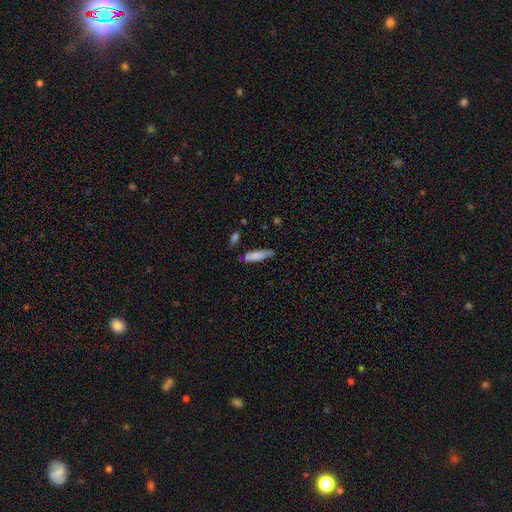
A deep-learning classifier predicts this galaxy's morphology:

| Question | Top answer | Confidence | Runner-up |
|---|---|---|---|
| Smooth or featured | smooth | 78% | featured or disk (16%) |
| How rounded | cigar-shaped | 76% | in between (22%) |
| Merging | none | 70% | minor disturbance (21%) |